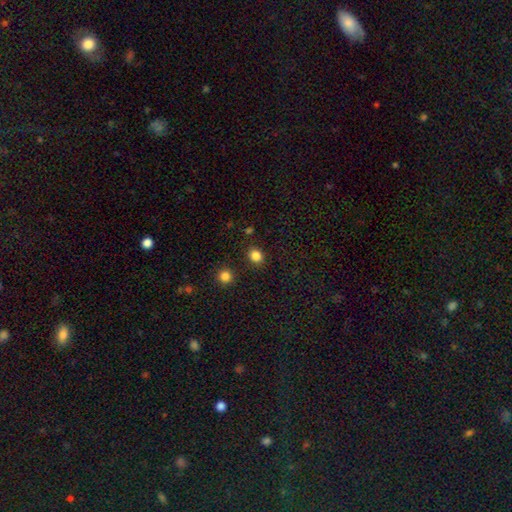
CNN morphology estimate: Smooth or featured?
  - smooth: 85% *
  - star or artifact: 12%
  - featured or disk: 3%
How rounded?
  - round: 69% *
  - in between: 30%
  - cigar-shaped: 1%
Merging?
  - none: 87% *
  - minor disturbance: 8%
  - merger: 3%
  - major disturbance: 3%